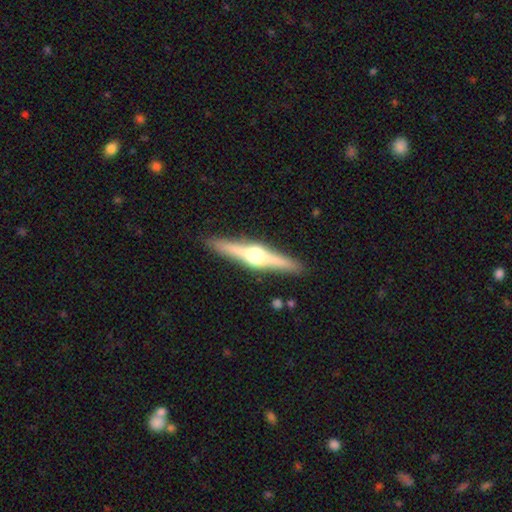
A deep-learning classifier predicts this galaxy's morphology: Smooth or featured: featured or disk — 78% (smooth — 17%)
Edge-on disk: yes — 98% (no — 2%)
Edge-on bulge: rounded — 95% (boxy — 3%)
Merging: none — 90% (minor disturbance — 7%)